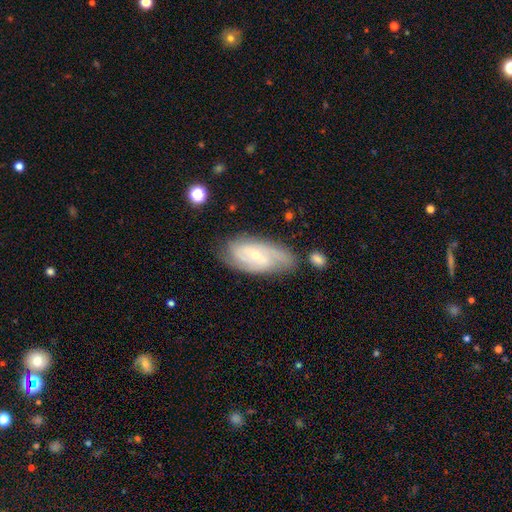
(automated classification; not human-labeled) This is likely a featured or disk galaxy (77%). It is clearly not viewed edge-on (93%). Bar: possibly no (50%). Spiral arm pattern: clearly yes (92%). Spiral arm count: possibly 2 (48%). Spiral winding: possibly tight (49%). Central bulge: likely small (69%). Merging: likely none (72%).